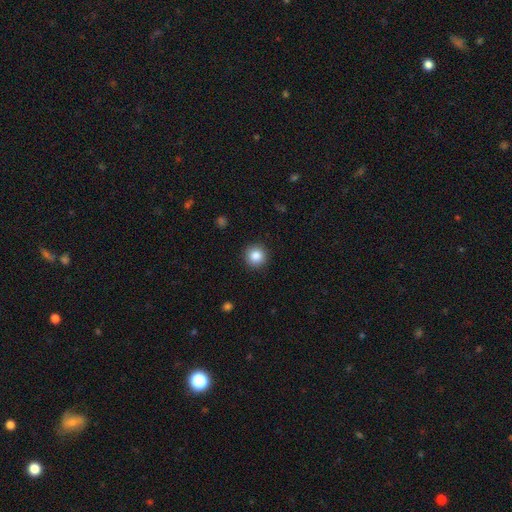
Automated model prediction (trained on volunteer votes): Smooth or featured?
  - smooth: 86% *
  - star or artifact: 10%
  - featured or disk: 5%
How rounded?
  - round: 94% *
  - in between: 5%
  - cigar-shaped: 1%
Merging?
  - none: 91% *
  - minor disturbance: 6%
  - major disturbance: 2%
  - merger: 1%